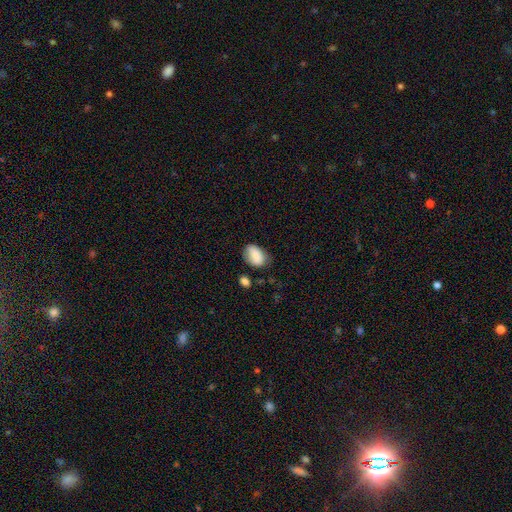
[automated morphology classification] Smooth or featured?
  - smooth: 85% *
  - featured or disk: 8%
  - star or artifact: 7%
How rounded?
  - in between: 82% *
  - round: 17%
  - cigar-shaped: 1%
Merging?
  - none: 58% *
  - minor disturbance: 30%
  - major disturbance: 8%
  - merger: 5%